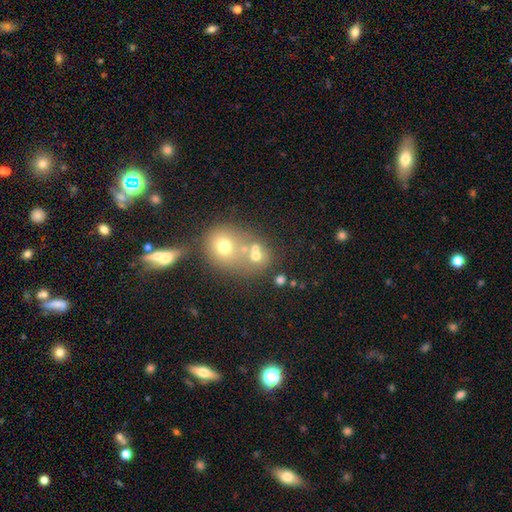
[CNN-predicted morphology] Smooth or featured? Predicted: smooth (p=0.60). How rounded? Predicted: round (p=0.73). Merging? Predicted: merger (p=0.49).